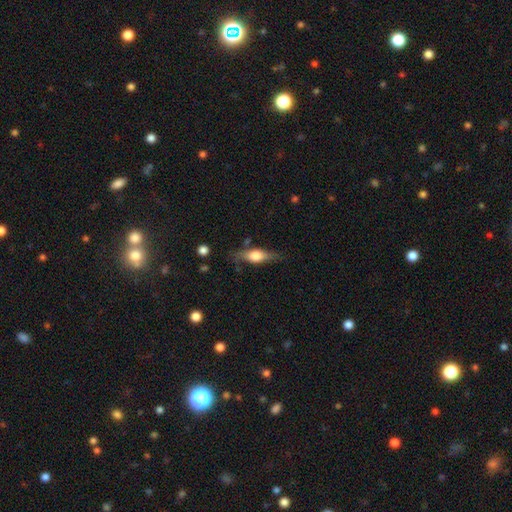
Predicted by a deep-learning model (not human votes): This appears to be a smooth galaxy with no disk features (50%) that is in between round and cigar-shaped (57%). Merging: none (69%).